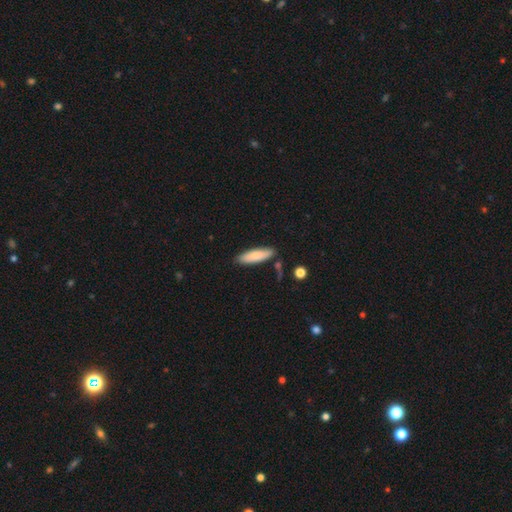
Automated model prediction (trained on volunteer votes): Overall: smooth (82%). How rounded: cigar-shaped (59%; in between 39%). Merging: none (82%).